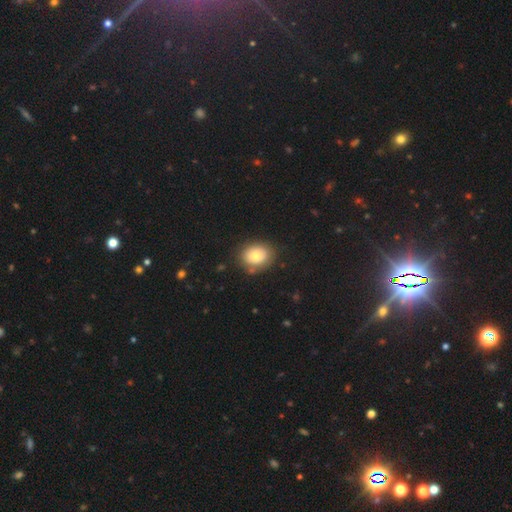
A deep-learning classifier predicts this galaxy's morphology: Smooth or featured: smooth — 77% (featured or disk — 14%)
How rounded: in between — 52% (round — 48%)
Merging: none — 80% (minor disturbance — 13%)